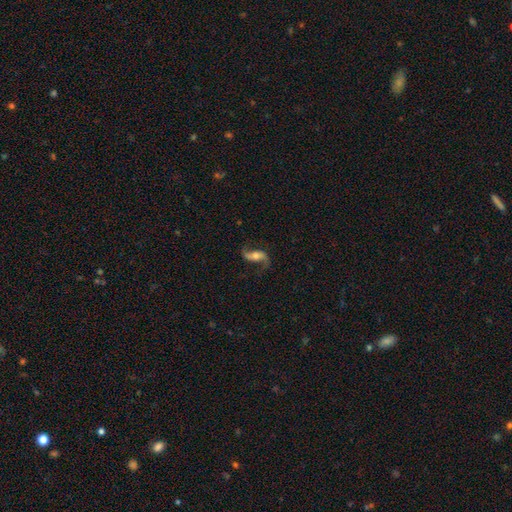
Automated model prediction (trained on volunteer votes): Smooth or featured?
  - featured or disk: 82% *
  - smooth: 12%
  - star or artifact: 7%
Edge-on disk?
  - no: 93% *
  - yes: 7%
Bar?
  - no: 38% *
  - weak: 33%
  - strong: 29%
Spiral arms?
  - yes: 95% *
  - no: 5%
Spiral winding?
  - loose: 79% *
  - medium: 16%
  - tight: 4%
Spiral arm count?
  - 2: 92% *
  - 1: 3%
  - can't tell: 2%
  - 3: 1%
  - 4: 1%
  - more than 4: 1%
Bulge size?
  - moderate: 52% *
  - small: 33%
  - large: 9%
  - none: 5%
  - dominant: 2%
Merging?
  - none: 76% *
  - minor disturbance: 14%
  - major disturbance: 9%
  - merger: 2%